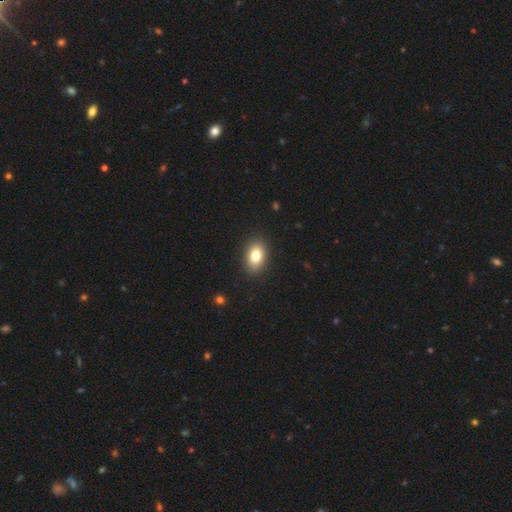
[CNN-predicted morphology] The model was most divided on "how rounded": in between: 83%, round: 15%, cigar-shaped: 2%. More confident: merging — none (89%); smooth or featured — smooth (80%).